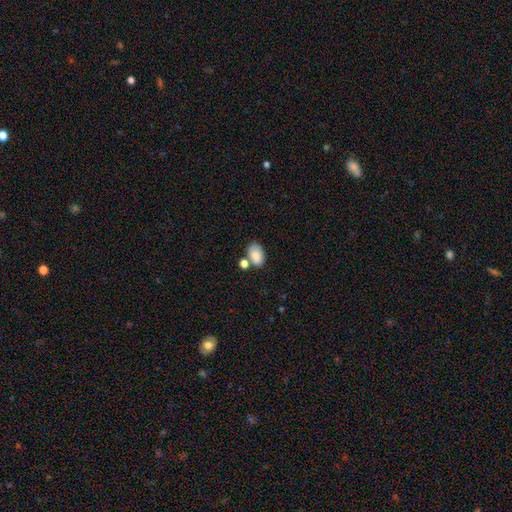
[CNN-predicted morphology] smooth-or-featured: smooth: 84% | featured or disk: 9% | star or artifact: 8%
  how-rounded: in between: 90% | round: 9% | cigar-shaped: 1%
  merging: none: 55% | merger: 24% | minor disturbance: 16% | major disturbance: 5%